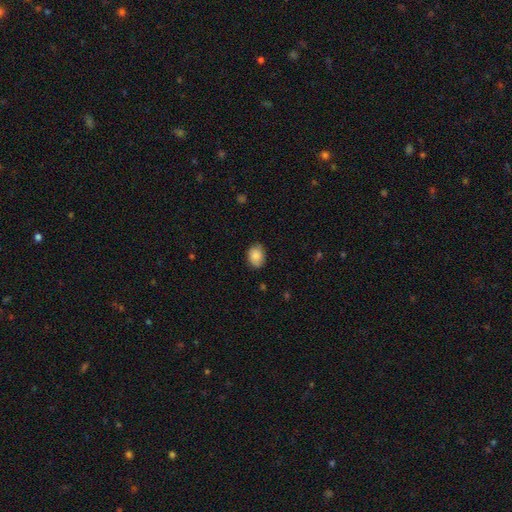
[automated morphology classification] Smooth or featured? Predicted: smooth (p=0.84). How rounded? Predicted: in between (p=0.66). Merging? Predicted: none (p=0.79).